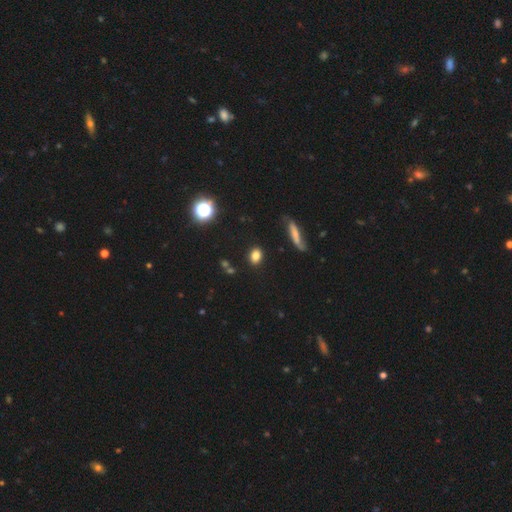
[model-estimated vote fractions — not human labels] smooth_or_featured: smooth (p=0.80) [alt: star or artifact p=0.13]
how_rounded: in between (p=0.61) [alt: round p=0.35]
merging: none (p=0.85) [alt: minor disturbance p=0.09]